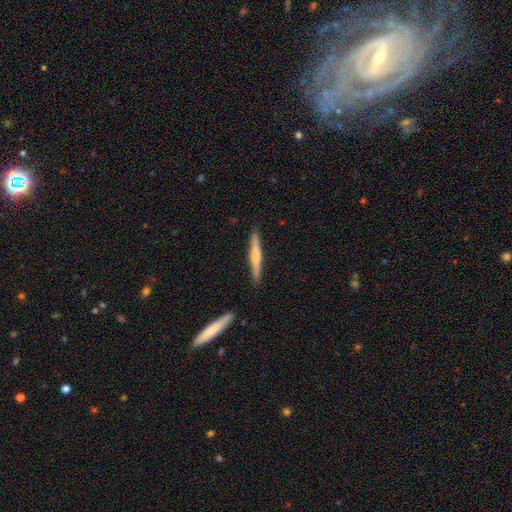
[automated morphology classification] This appears to be a smooth galaxy with no disk features (50%). Merging: none (90%).